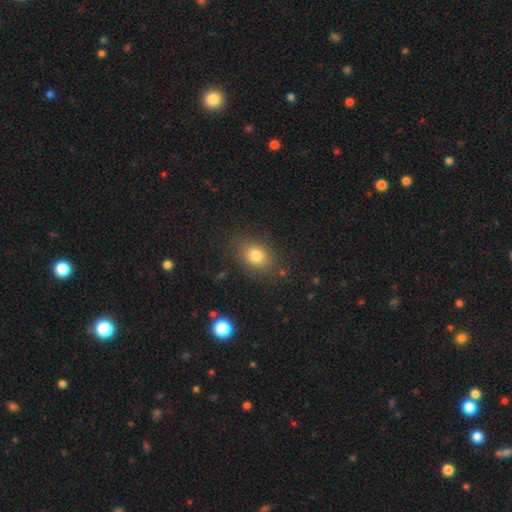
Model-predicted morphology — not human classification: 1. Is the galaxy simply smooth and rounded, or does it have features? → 80% smooth, 11% star or artifact, 9% featured or disk.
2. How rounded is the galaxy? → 61% in between, 38% round, 1% cigar-shaped.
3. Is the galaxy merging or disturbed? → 81% none, 12% minor disturbance, 4% major disturbance, 2% merger.